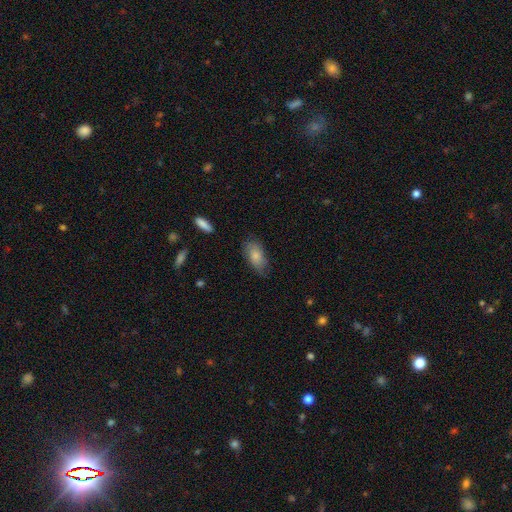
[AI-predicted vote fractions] Smooth or featured? Predicted: smooth (p=0.80). How rounded? Predicted: in between (p=0.90). Merging? Predicted: none (p=0.68).